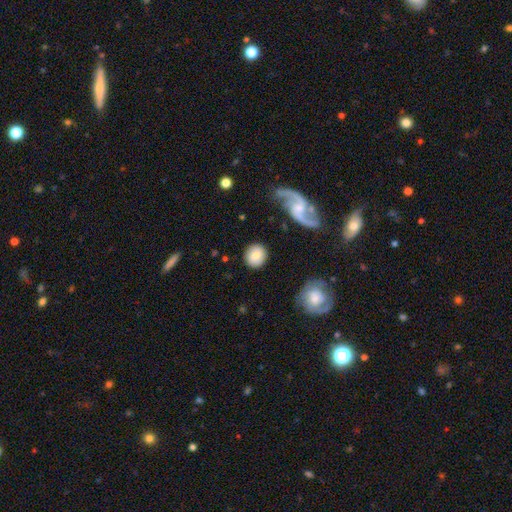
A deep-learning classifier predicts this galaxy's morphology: A smooth galaxy with no disk features (70%) that is round (83%). Merging: none (86%).